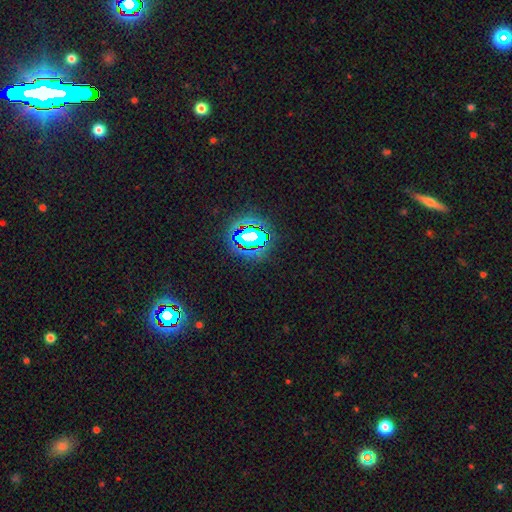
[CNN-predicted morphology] Smooth or featured: star or artifact — 80% (smooth — 12%)